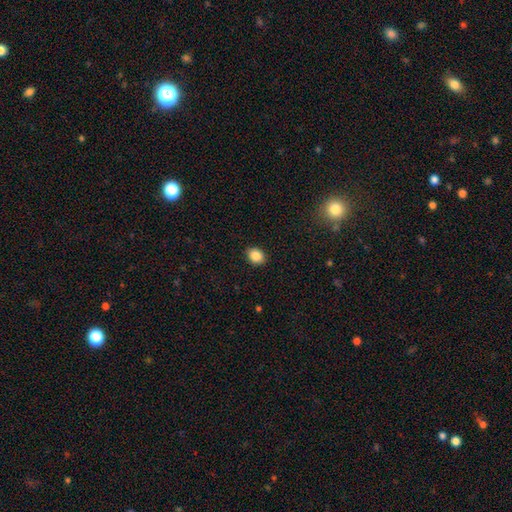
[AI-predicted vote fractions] A smooth galaxy with no disk features (88%) that is in between round and cigar-shaped (54%).

Vote fractions:
- Smooth or featured? smooth: 88% / star or artifact: 9% / featured or disk: 4%
- How rounded? in between: 54% / round: 45% / cigar-shaped: 1%
- Merging? none: 90% / minor disturbance: 7% / major disturbance: 2% / merger: 1%